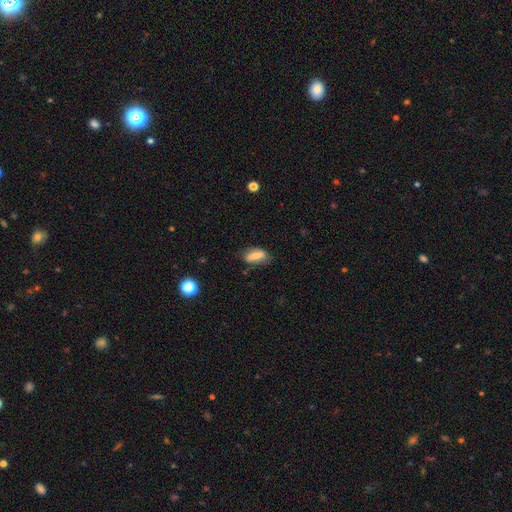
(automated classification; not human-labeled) A smooth galaxy with no disk features (74%) that is in between round and cigar-shaped (77%). Merging: none (66%).